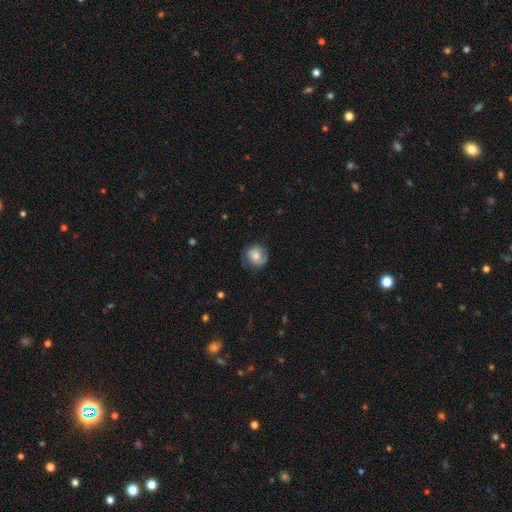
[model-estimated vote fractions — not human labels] Smooth or featured? Predicted: smooth (p=0.56). How rounded? Predicted: round (p=0.81). Merging? Predicted: none (p=0.68).